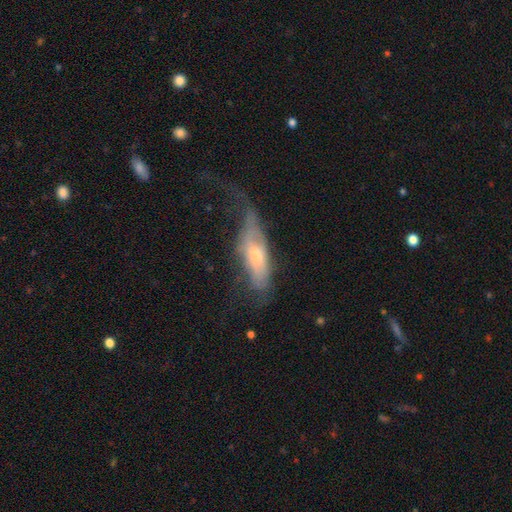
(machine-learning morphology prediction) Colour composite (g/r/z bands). It shows a smooth galaxy with no disk features (48%). Merging: major disturbance (46%).